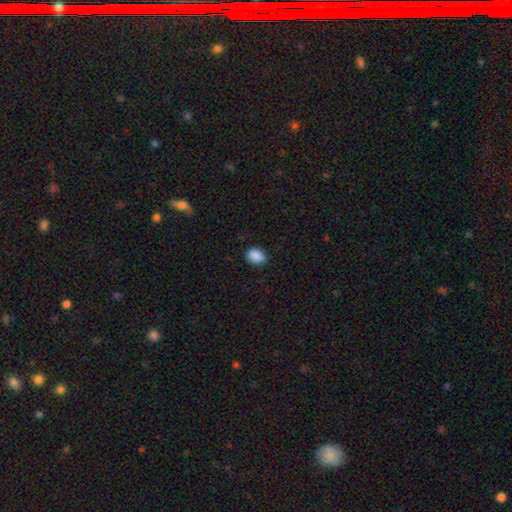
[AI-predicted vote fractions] Smooth or featured: smooth — 89% (star or artifact — 8%)
How rounded: in between — 74% (round — 25%)
Merging: none — 86% (minor disturbance — 11%)